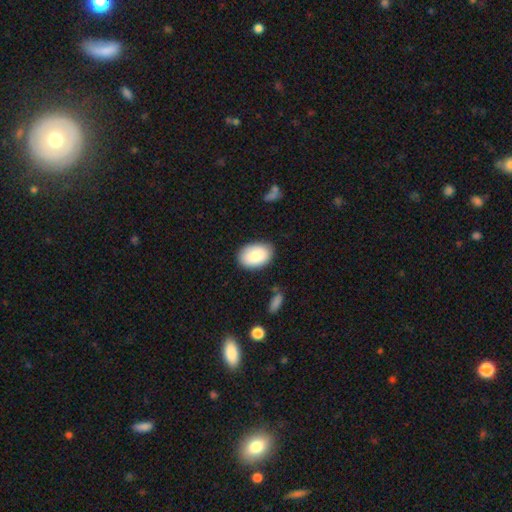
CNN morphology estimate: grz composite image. It shows a smooth galaxy with no disk features (86%) that is in between round and cigar-shaped (88%). Merging: none (84%).